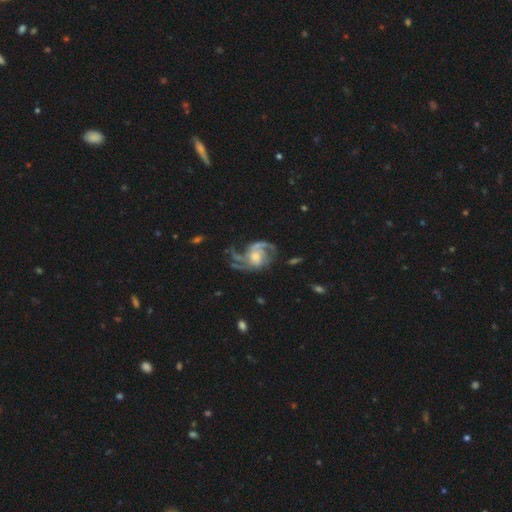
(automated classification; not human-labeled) smooth_or_featured: featured or disk (p=0.87) [alt: smooth p=0.07]
disk_edge_on: no (p=0.98) [alt: yes p=0.02]
bar: no (p=0.68) [alt: weak p=0.26]
has_spiral_arms: yes (p=0.96) [alt: no p=0.04]
spiral_winding: medium (p=0.47) [alt: loose p=0.33]
spiral_arm_count: 2 (p=0.33) [alt: 3 p=0.30]
bulge_size: moderate (p=0.50) [alt: small p=0.34]
merging: none (p=0.52) [alt: major disturbance p=0.26]